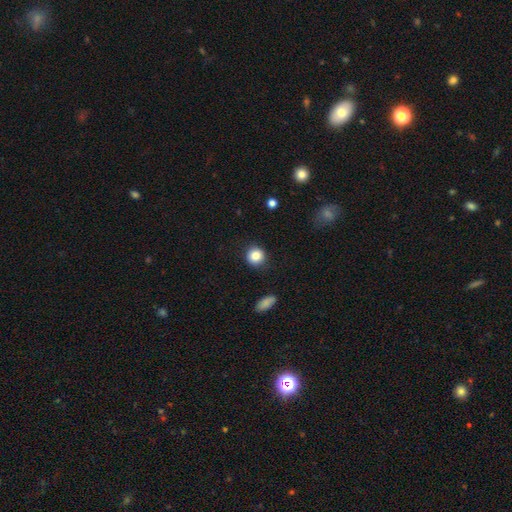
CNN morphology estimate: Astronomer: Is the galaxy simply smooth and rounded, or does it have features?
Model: smooth — 85%.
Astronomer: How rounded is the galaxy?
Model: round — 88%.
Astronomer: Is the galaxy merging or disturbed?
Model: none — 88%.